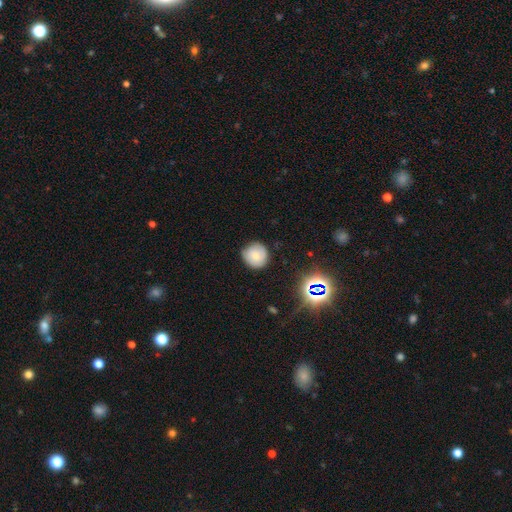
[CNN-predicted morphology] This is likely a smooth galaxy (71%). How rounded: clearly round (93%). Merging: clearly none (80%).